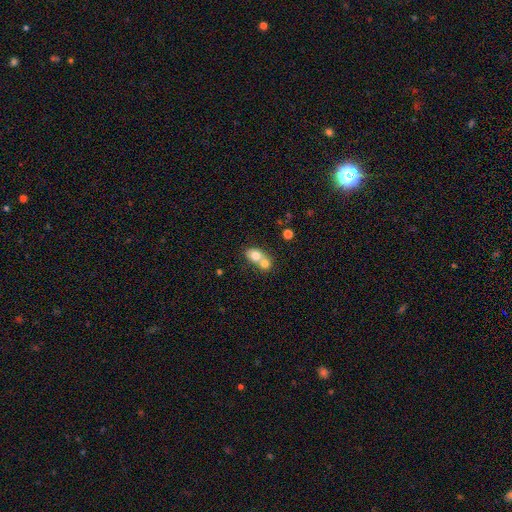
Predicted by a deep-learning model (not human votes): This appears to be a smooth galaxy with no disk features (75%) that is round (52%). Merging: merger (70%).